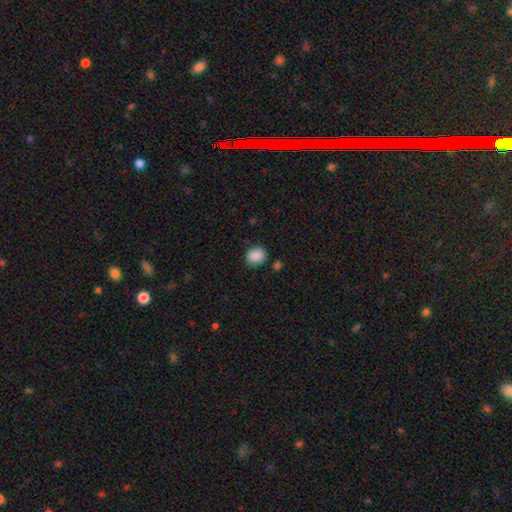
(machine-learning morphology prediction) Smooth or featured? Predicted: smooth (p=0.88). How rounded? Predicted: round (p=0.70). Merging? Predicted: none (p=0.82).